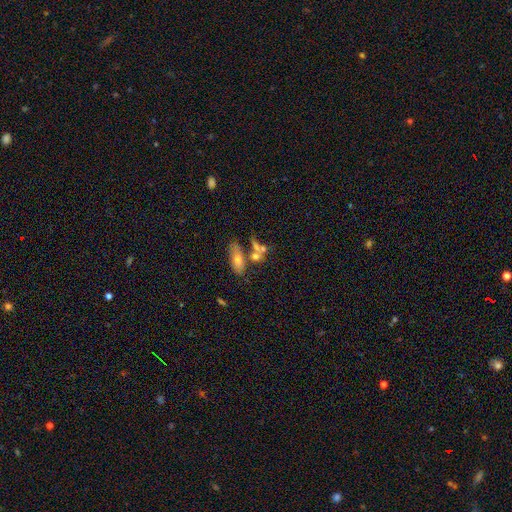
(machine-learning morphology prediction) smooth_or_featured: smooth (p=0.61) [alt: featured or disk p=0.26]
how_rounded: in between (p=0.60) [alt: round p=0.20]
merging: merger (p=0.40) [alt: none p=0.39]